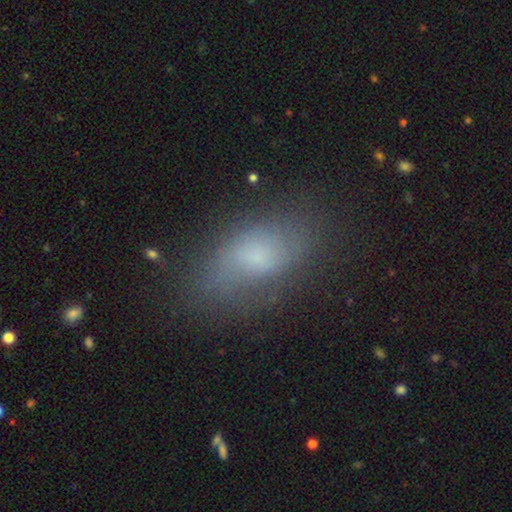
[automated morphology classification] A smooth galaxy with no disk features (57%) that is in between round and cigar-shaped (88%).

Vote fractions:
- Smooth or featured? smooth: 57% / featured or disk: 32% / star or artifact: 11%
- How rounded? in between: 88% / round: 6% / cigar-shaped: 6%
- Merging? none: 71% / minor disturbance: 20% / major disturbance: 8% / merger: 2%